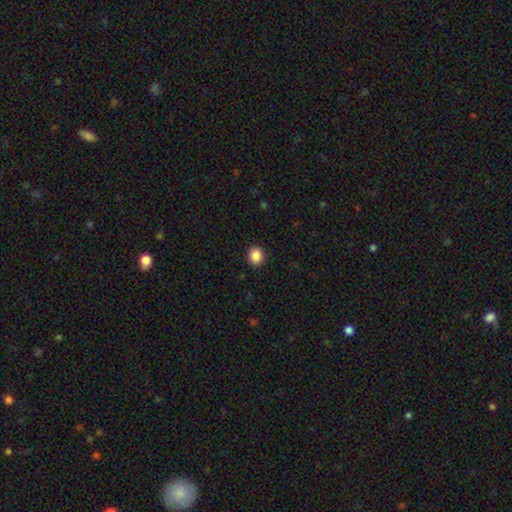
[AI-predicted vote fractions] This is clearly a smooth galaxy (88%). How rounded: likely round (67%). Merging: clearly none (90%).